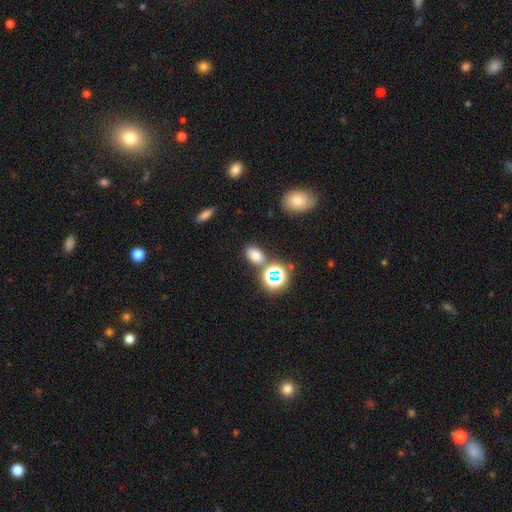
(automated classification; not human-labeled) smooth 72%, star or artifact 21%, featured or disk 7%. Down the decision tree: how rounded — in between (79%); merging — none (75%).